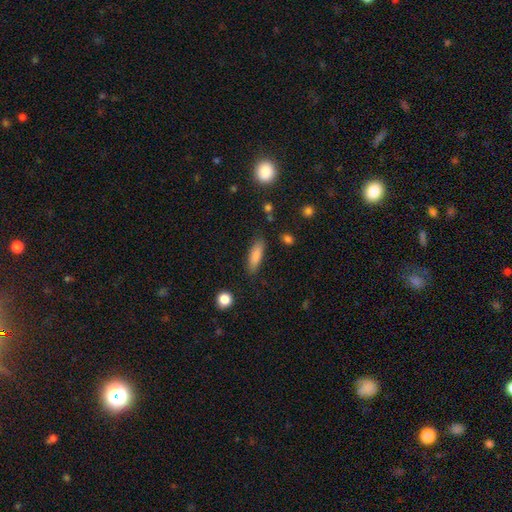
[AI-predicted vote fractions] Morphology: type=smooth (82%); roundness=cigar-shaped (51%); merging=none (83%).